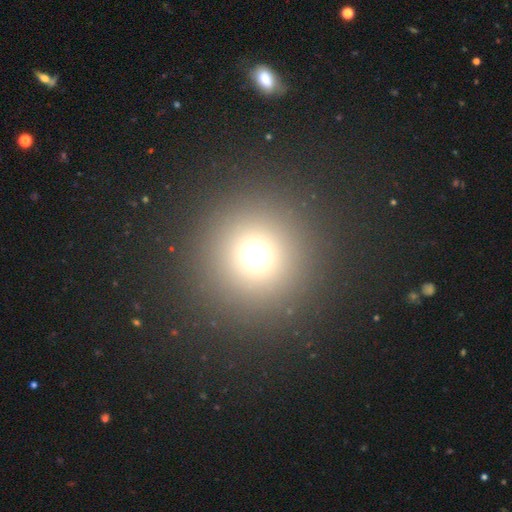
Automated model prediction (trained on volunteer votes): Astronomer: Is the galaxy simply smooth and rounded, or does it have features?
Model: smooth — 66%.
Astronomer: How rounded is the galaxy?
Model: round — 96%.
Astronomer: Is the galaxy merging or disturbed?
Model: none — 90%.